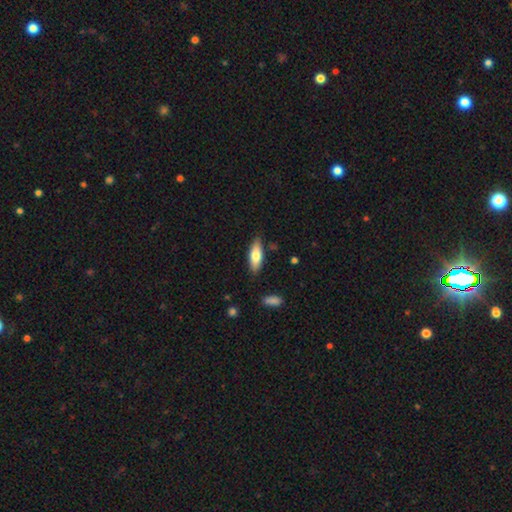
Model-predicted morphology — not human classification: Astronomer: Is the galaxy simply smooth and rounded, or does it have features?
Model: smooth — 71%.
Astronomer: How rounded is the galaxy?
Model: in between — 63%.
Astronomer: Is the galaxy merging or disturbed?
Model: none — 83%.